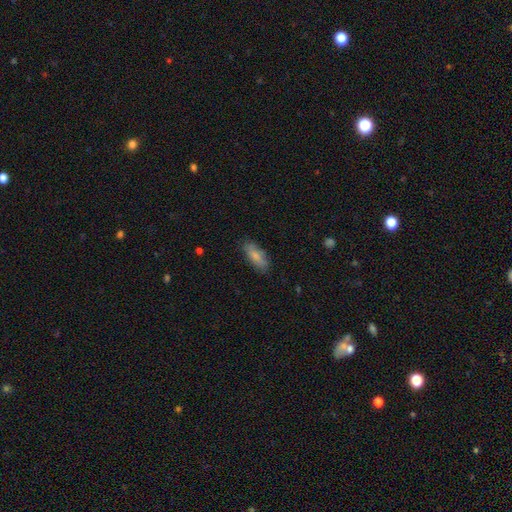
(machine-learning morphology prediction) smooth 79%, featured or disk 15%, star or artifact 6%. Down the decision tree: how rounded — in between (72%); merging — none (80%).